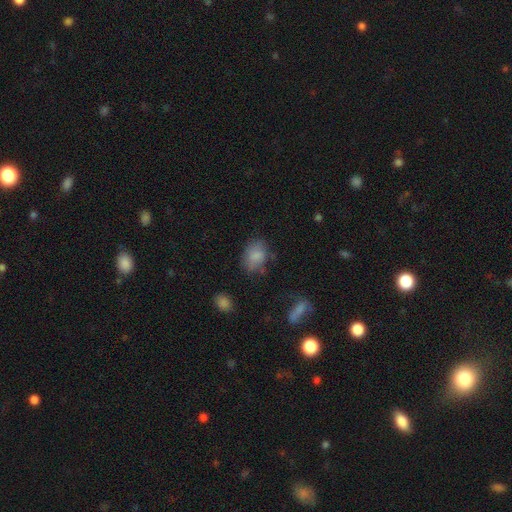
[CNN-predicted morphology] The model was most divided on "merging": none: 61%, minor disturbance: 25%, major disturbance: 10%, merger: 4%. More confident: smooth or featured — smooth (80%); how rounded — in between (74%).